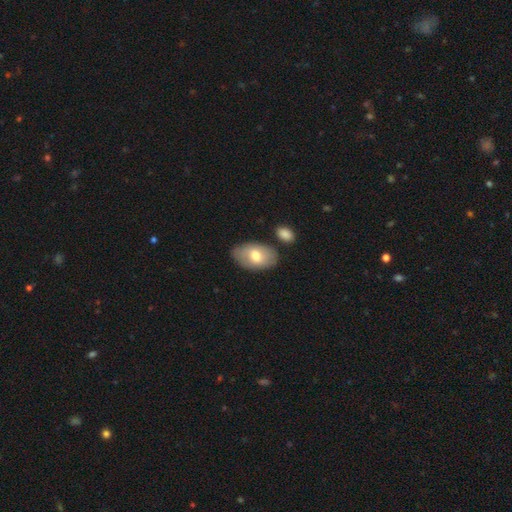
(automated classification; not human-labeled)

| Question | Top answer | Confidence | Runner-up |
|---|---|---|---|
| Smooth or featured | smooth | 66% | featured or disk (28%) |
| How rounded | in between | 92% | round (7%) |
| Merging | none | 74% | minor disturbance (16%) |